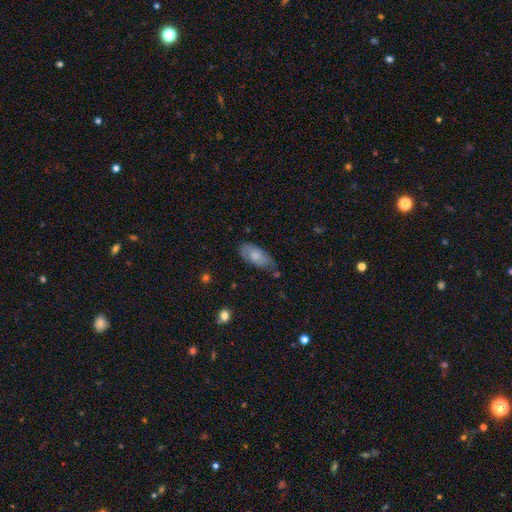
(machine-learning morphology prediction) Smooth or featured? Predicted: smooth (p=0.73). How rounded? Predicted: in between (p=0.89). Merging? Predicted: none (p=0.55).